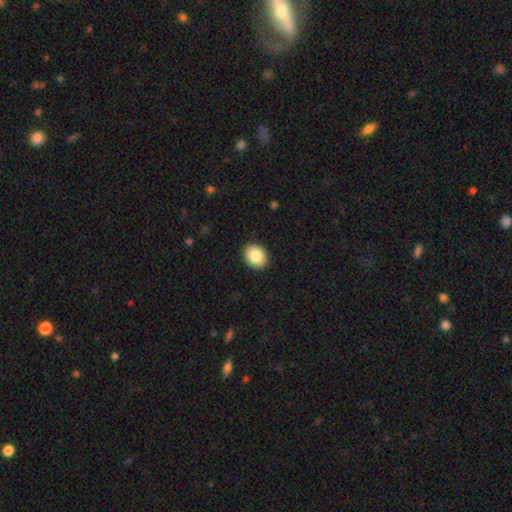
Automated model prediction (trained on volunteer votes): smooth 84%, star or artifact 8%, featured or disk 7%. Down the decision tree: how rounded — in between (52%); merging — none (91%).